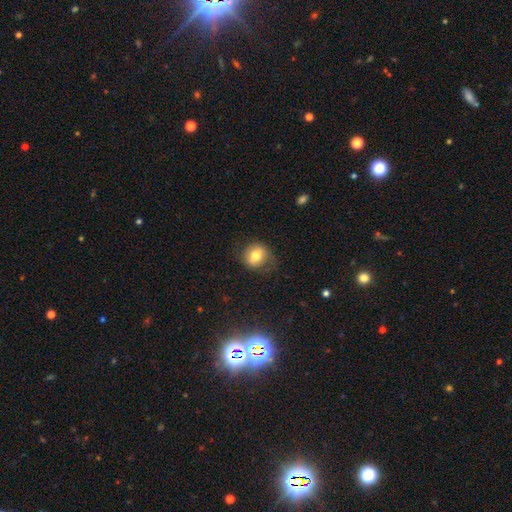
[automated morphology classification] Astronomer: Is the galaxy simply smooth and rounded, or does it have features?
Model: smooth — 75%.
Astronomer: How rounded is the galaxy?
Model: round — 73%.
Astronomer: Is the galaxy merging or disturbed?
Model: none — 67%.